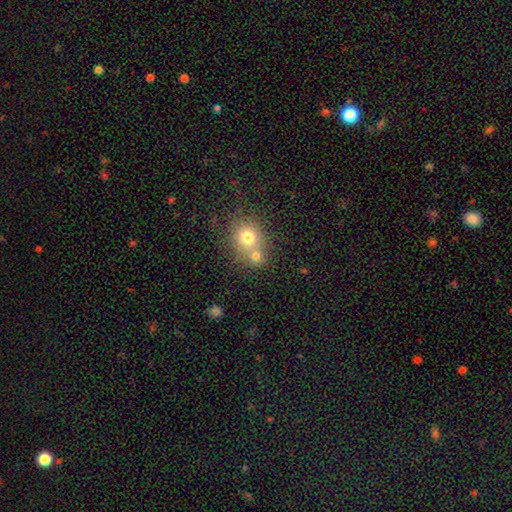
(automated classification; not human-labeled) Smooth or featured: smooth — 72% (star or artifact — 15%)
How rounded: round — 76% (in between — 23%)
Merging: merger — 49% (none — 41%)